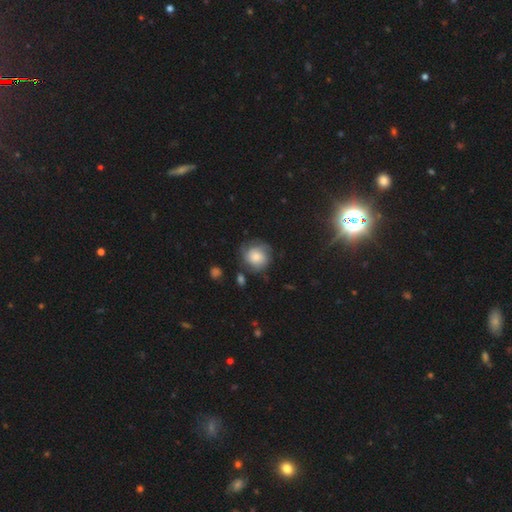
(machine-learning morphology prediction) Overall: smooth (54%; featured or disk 37%). How rounded: round (86%). Merging: none (67%).